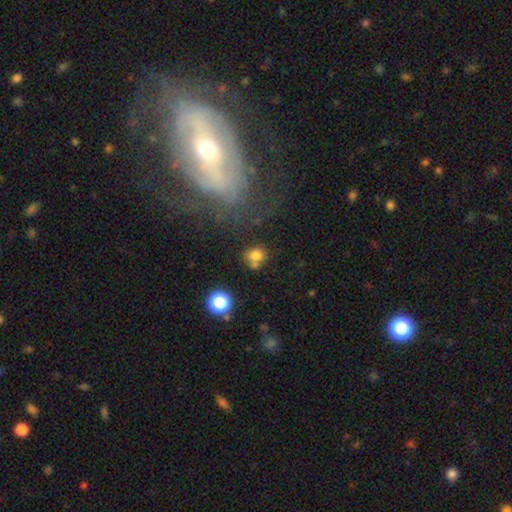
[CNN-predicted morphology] type=smooth (75%); roundness=round (72%); merging=none (56%).